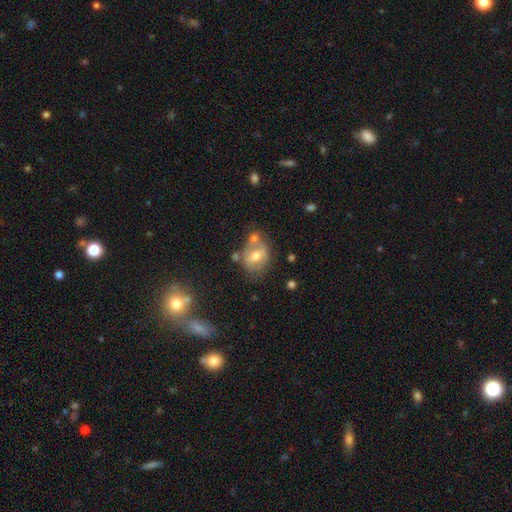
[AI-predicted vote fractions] Morphology: type=smooth (50%); roundness=in between (54%); merging=none (44%).